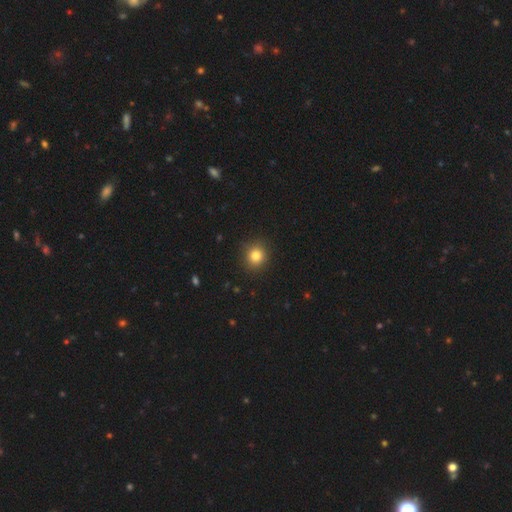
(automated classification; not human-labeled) This appears to be a smooth galaxy with no disk features (82%) that is round (88%). Merging: none (90%).